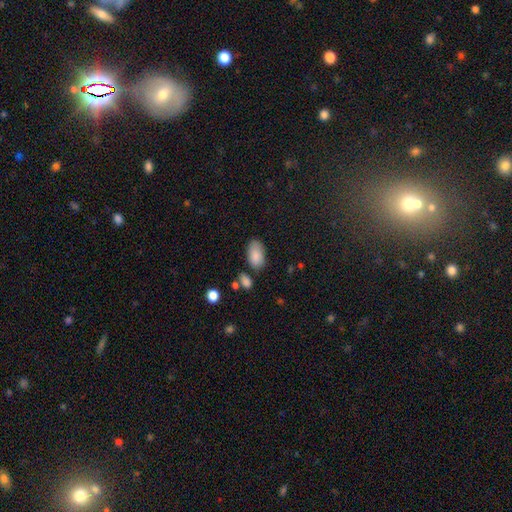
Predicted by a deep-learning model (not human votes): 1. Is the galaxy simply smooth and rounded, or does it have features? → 87% smooth, 7% star or artifact, 6% featured or disk.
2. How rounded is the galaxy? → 94% in between, 5% round, 2% cigar-shaped.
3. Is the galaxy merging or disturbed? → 72% none, 18% minor disturbance, 5% merger, 5% major disturbance.